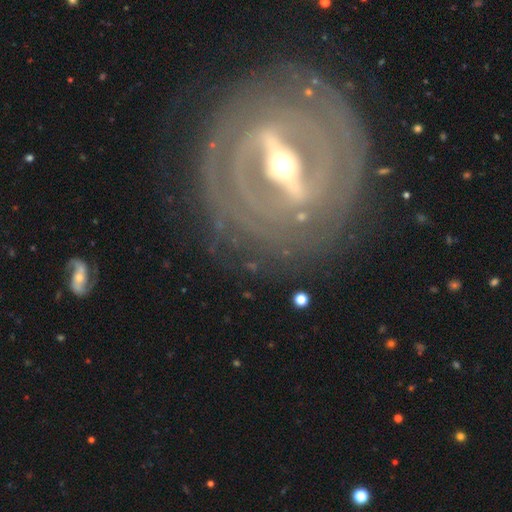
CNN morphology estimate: Smooth or featured?
  - featured or disk: 90% *
  - smooth: 5%
  - star or artifact: 5%
Edge-on disk?
  - no: 76% *
  - yes: 24%
Bar?
  - strong: 83% *
  - weak: 11%
  - no: 5%
Spiral arms?
  - yes: 74% *
  - no: 26%
Spiral winding?
  - tight: 78% *
  - medium: 16%
  - loose: 6%
Spiral arm count?
  - can't tell: 39% *
  - 2: 25%
  - 3: 10%
  - more than 4: 10%
  - 4: 9%
  - 1: 6%
Bulge size?
  - moderate: 60% *
  - small: 33%
  - large: 5%
  - dominant: 1%
  - none: 1%
Merging?
  - none: 83% *
  - minor disturbance: 10%
  - major disturbance: 5%
  - merger: 2%